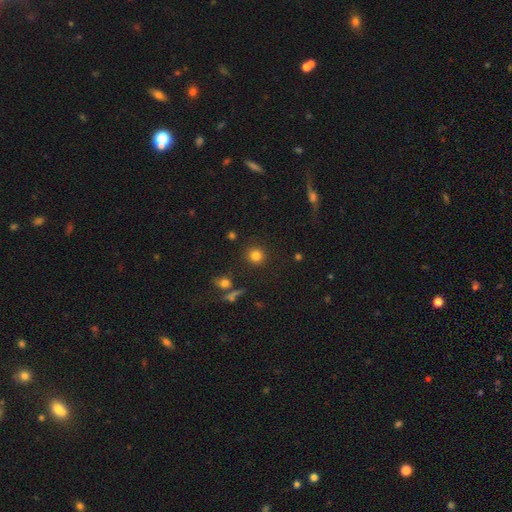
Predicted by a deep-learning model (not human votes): A smooth galaxy with no disk features (81%) that is round (91%).

Vote fractions:
- Smooth or featured? smooth: 81% / star or artifact: 12% / featured or disk: 6%
- How rounded? round: 91% / in between: 8% / cigar-shaped: 1%
- Merging? none: 89% / minor disturbance: 6% / major disturbance: 3% / merger: 3%